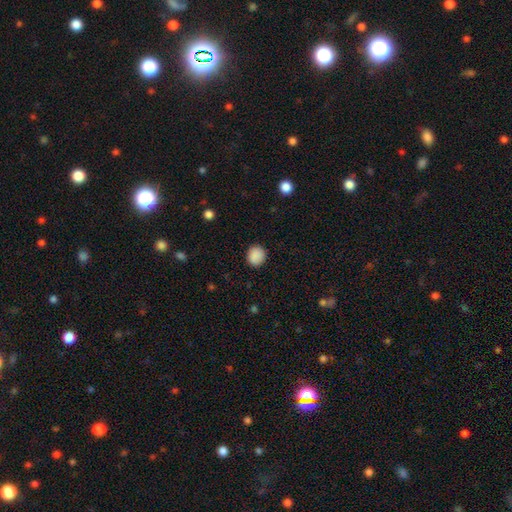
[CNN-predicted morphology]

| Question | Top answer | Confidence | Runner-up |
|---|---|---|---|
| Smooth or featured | smooth | 89% | star or artifact (8%) |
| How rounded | round | 77% | in between (23%) |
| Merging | none | 88% | minor disturbance (9%) |